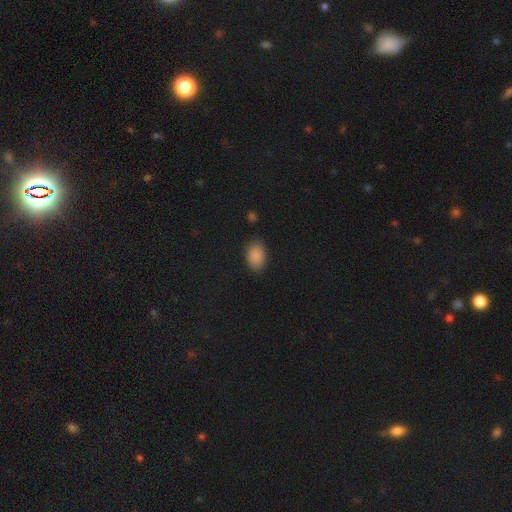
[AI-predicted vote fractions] Smooth or featured: smooth — 88% (star or artifact — 9%)
How rounded: in between — 87% (round — 12%)
Merging: none — 84% (minor disturbance — 12%)